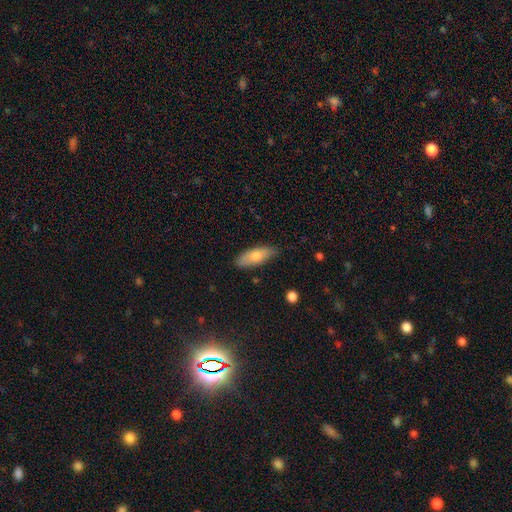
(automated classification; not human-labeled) smooth 74%, featured or disk 20%, star or artifact 7%. Down the decision tree: how rounded — in between (71%); merging — none (81%).